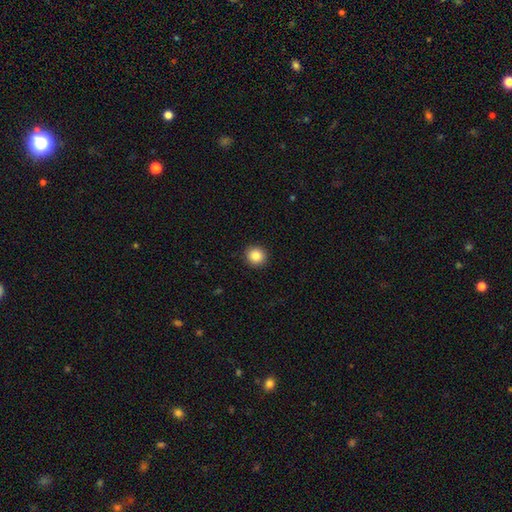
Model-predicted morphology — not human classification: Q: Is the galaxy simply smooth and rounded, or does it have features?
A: smooth — 86%.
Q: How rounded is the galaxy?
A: round — 91%.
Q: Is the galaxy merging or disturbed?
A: none — 92%.